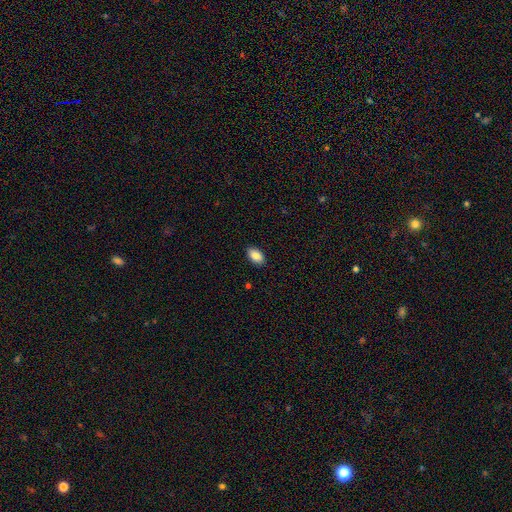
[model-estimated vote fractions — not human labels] A smooth galaxy with no disk features (87%) that is in between round and cigar-shaped (92%).

Vote fractions:
- Smooth or featured? smooth: 87% / star or artifact: 7% / featured or disk: 5%
- How rounded? in between: 92% / round: 7% / cigar-shaped: 2%
- Merging? none: 89% / minor disturbance: 8% / major disturbance: 2% / merger: 1%